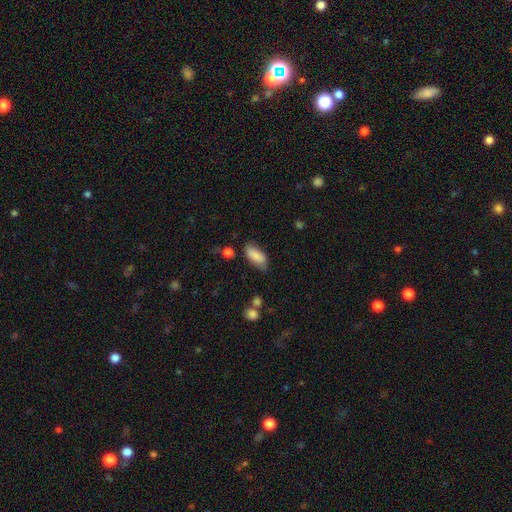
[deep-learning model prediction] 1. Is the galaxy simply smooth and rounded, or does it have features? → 85% smooth, 8% featured or disk, 7% star or artifact.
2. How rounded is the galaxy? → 85% in between, 12% cigar-shaped, 3% round.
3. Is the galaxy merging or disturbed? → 70% none, 22% minor disturbance, 5% major disturbance, 3% merger.